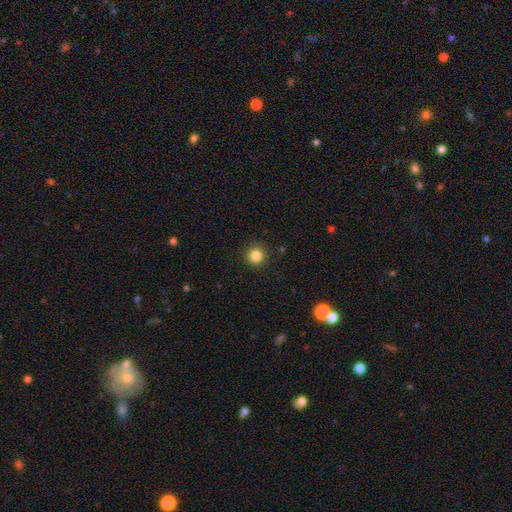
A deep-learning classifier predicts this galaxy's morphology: This appears to be a smooth galaxy with no disk features (84%) that is round (94%). Merging: none (91%).